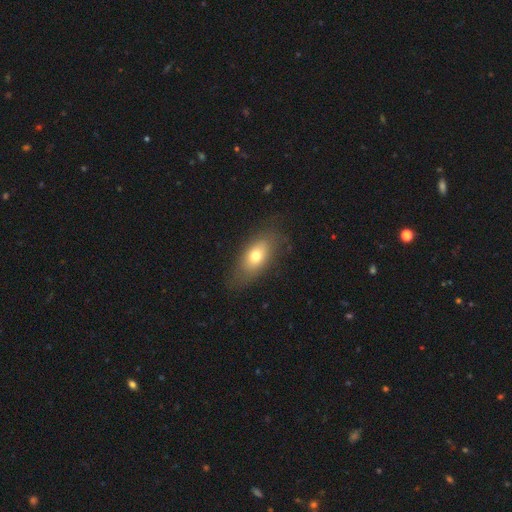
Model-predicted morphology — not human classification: This is likely a smooth galaxy (70%). How rounded: clearly in between (83%). Merging: likely none (77%).